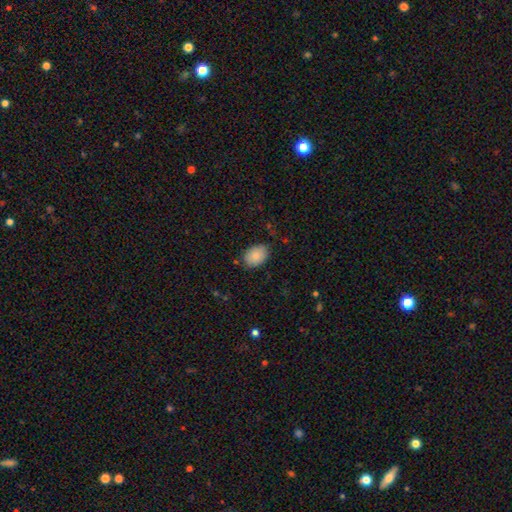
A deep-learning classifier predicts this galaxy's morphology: The model was most divided on "how rounded": in between: 78%, round: 21%, cigar-shaped: 1%. More confident: smooth or featured — smooth (88%); merging — none (78%).